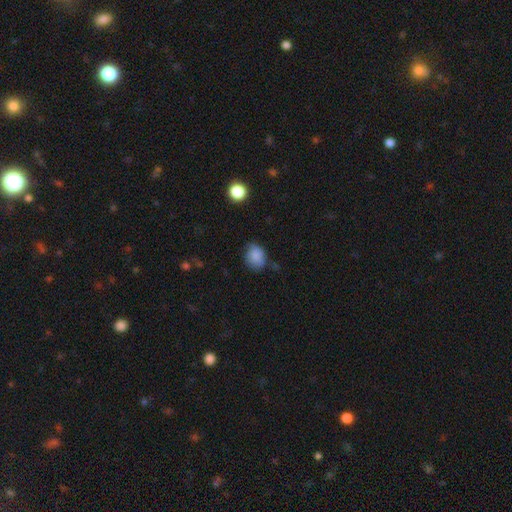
A smooth galaxy with no disk features (89%) that is in between round and cigar-shaped (53%). Merging: none (47%).